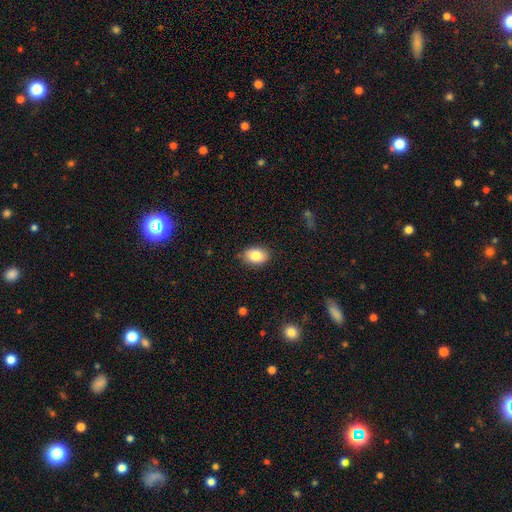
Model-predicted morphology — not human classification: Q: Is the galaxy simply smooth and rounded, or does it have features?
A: smooth — 85%.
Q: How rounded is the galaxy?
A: in between — 82%.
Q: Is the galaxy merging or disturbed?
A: none — 85%.